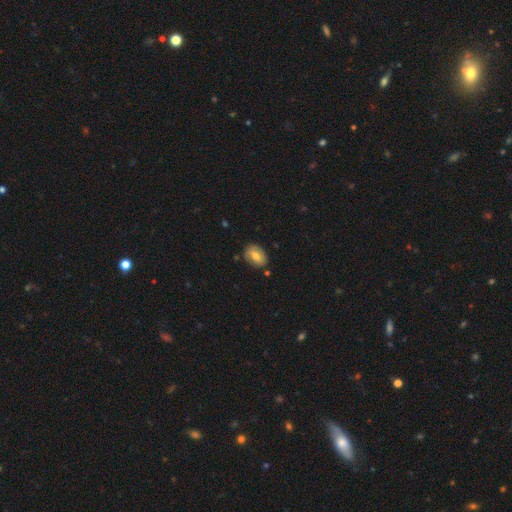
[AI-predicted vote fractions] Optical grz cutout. It shows a smooth galaxy with no disk features (67%) that is in between round and cigar-shaped (80%). Merging: none (76%).